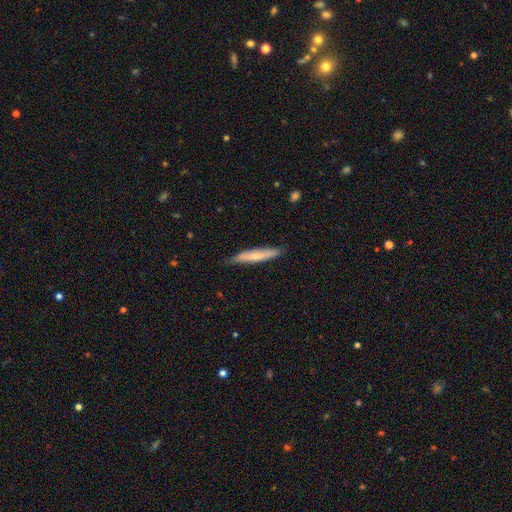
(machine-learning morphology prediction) Overall: smooth (62%; featured or disk 32%). How rounded: cigar-shaped (93%). Merging: none (83%).